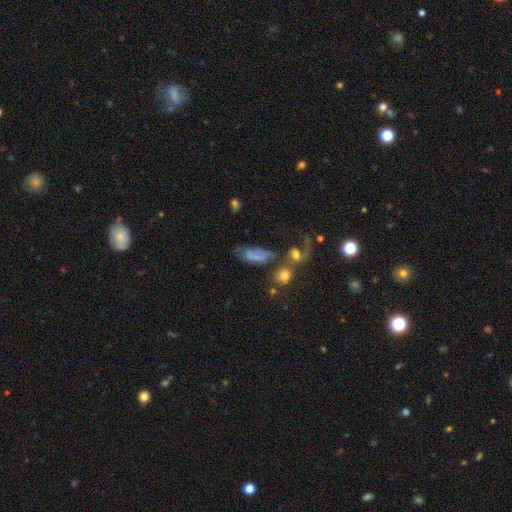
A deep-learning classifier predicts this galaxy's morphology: Smooth or featured?
  - smooth: 44% *
  - featured or disk: 40%
  - star or artifact: 15%
Merging?
  - none: 32% *
  - major disturbance: 26%
  - minor disturbance: 22%
  - merger: 21%